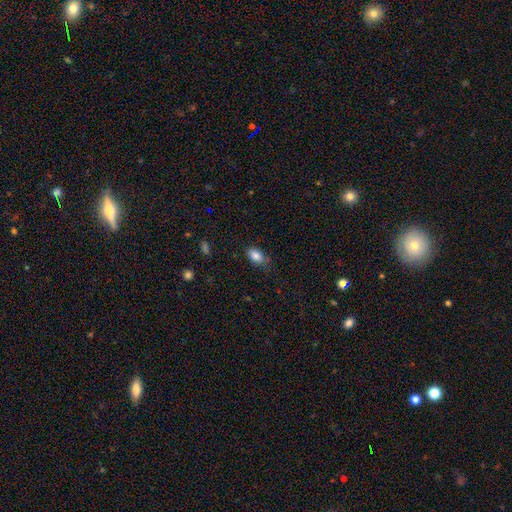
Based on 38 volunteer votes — Smooth or featured?
  - smooth: 84% *
  - featured or disk: 8%
  - star or artifact: 8%
How rounded?
  - in between: 91% *
  - round: 6%
  - cigar-shaped: 3%
Merging?
  - none: 74% *
  - minor disturbance: 20%
  - major disturbance: 3%
  - merger: 3%